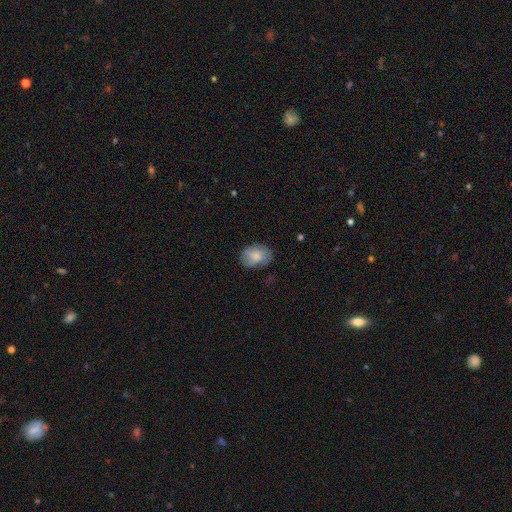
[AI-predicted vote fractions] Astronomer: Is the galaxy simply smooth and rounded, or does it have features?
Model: smooth — 75%.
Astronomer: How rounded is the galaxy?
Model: in between — 74%.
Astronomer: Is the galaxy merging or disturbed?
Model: none — 68%.